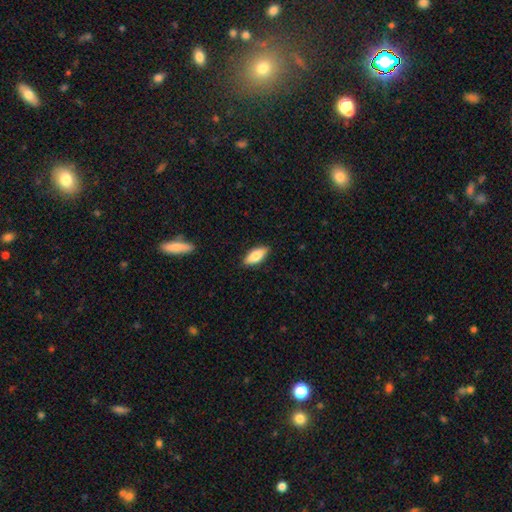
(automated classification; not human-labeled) Smooth or featured? smooth (80%)
How rounded? in between (78%)
Merging? none (87%)